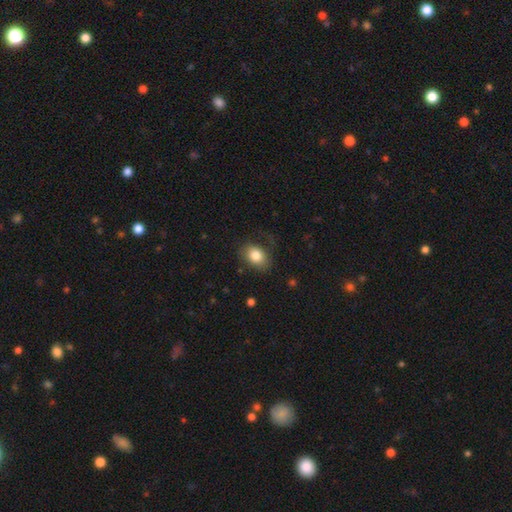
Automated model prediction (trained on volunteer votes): The model was most divided on "how rounded": in between: 71%, round: 28%, cigar-shaped: 1%. More confident: smooth or featured — smooth (81%); merging — none (73%).